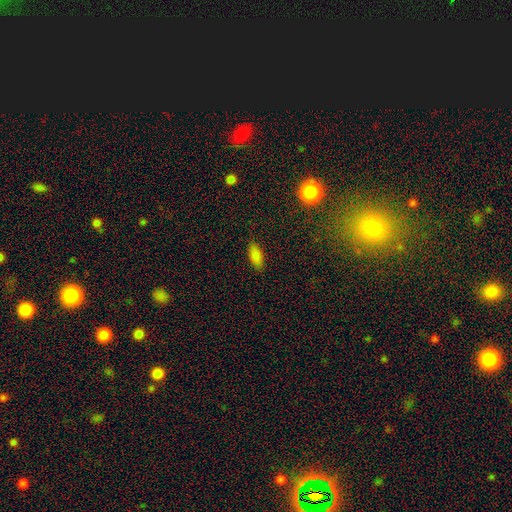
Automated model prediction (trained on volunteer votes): Q: Smooth or featured?
A: smooth (83%); runner-up: star or artifact (10%)
Q: How rounded?
A: in between (86%); runner-up: cigar-shaped (11%)
Q: Merging?
A: none (86%); runner-up: minor disturbance (10%)